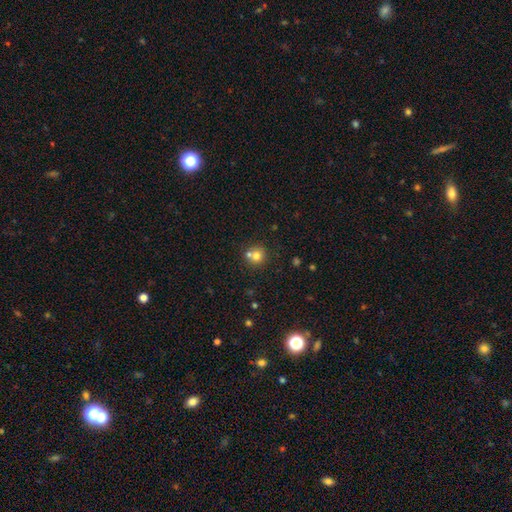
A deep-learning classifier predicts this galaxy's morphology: Overall: smooth (73%). How rounded: round (88%). Merging: none (51%; merger 39%).